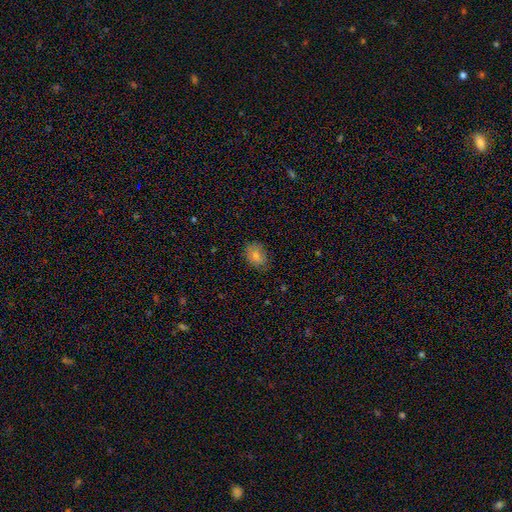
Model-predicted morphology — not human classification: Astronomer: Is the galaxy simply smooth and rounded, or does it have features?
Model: smooth — 73%.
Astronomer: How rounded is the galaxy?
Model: in between — 60% (runner-up: round, 39%).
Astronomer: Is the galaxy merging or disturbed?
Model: none — 80%.